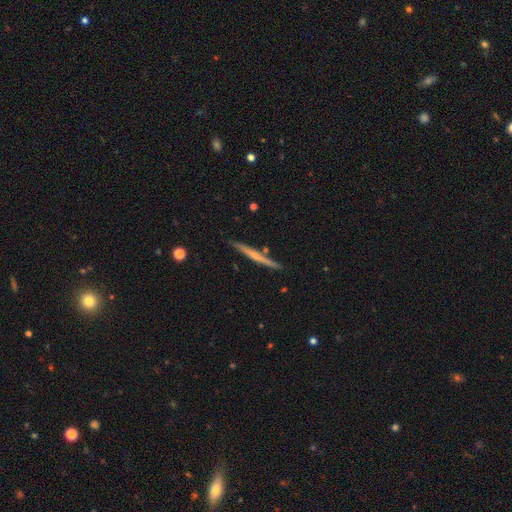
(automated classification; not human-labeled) Smooth or featured? Predicted: featured or disk (p=0.59). Edge-on disk? Predicted: yes (p=0.97). Edge-on bulge? Predicted: none (p=0.49). Merging? Predicted: none (p=0.85).